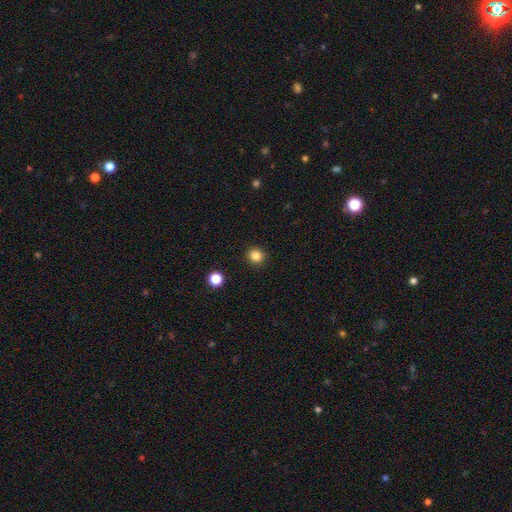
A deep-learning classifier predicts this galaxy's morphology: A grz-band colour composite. It shows a smooth galaxy with no disk features (84%) that is round (92%). Merging: none (92%).